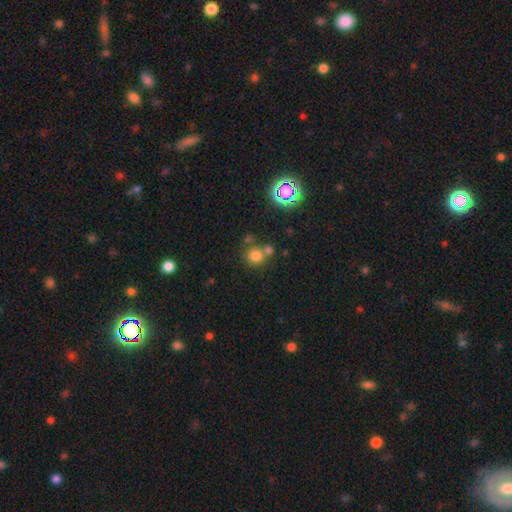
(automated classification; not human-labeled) A smooth galaxy with no disk features (74%) that is round (89%).

Vote fractions:
- Smooth or featured? smooth: 74% / star or artifact: 18% / featured or disk: 8%
- How rounded? round: 89% / in between: 10% / cigar-shaped: 1%
- Merging? none: 59% / merger: 28% / minor disturbance: 9% / major disturbance: 4%